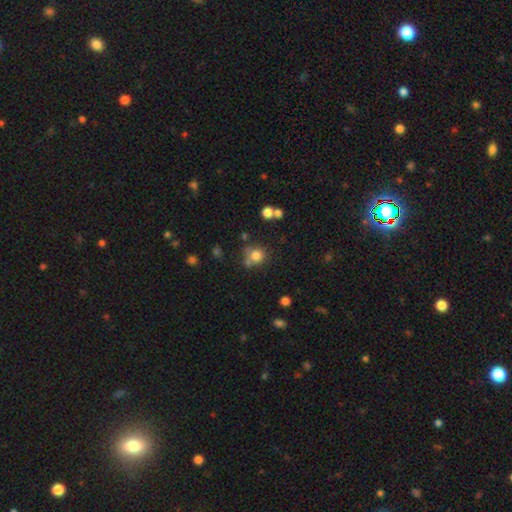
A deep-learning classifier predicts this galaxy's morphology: The model was most divided on "merging": none: 60%, merger: 19%, minor disturbance: 15%, major disturbance: 6%. More confident: how rounded — round (85%); smooth or featured — smooth (77%).